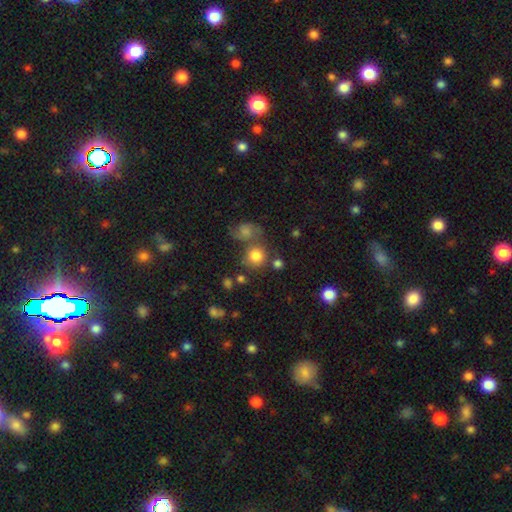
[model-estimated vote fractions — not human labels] The model was most divided on "merging": none: 55%, merger: 26%, minor disturbance: 12%, major disturbance: 6%. More confident: how rounded — round (85%); smooth or featured — smooth (78%).